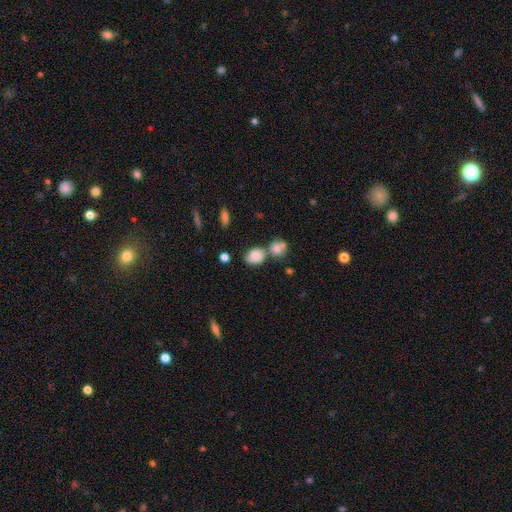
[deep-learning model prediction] A smooth galaxy with no disk features (82%) that is in between round and cigar-shaped (62%).

Vote fractions:
- Smooth or featured? smooth: 82% / star or artifact: 9% / featured or disk: 8%
- How rounded? in between: 62% / round: 37% / cigar-shaped: 2%
- Merging? none: 48% / merger: 31% / minor disturbance: 16% / major disturbance: 5%